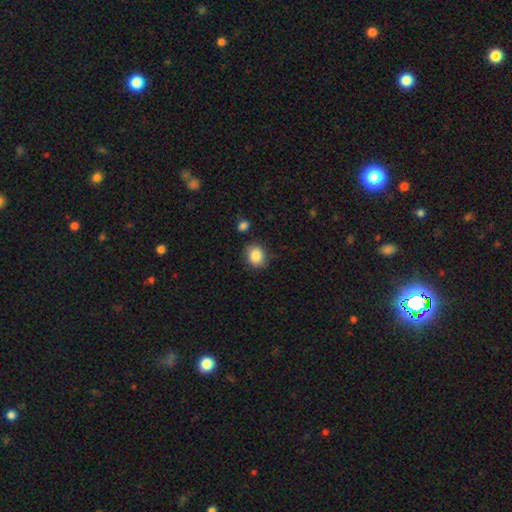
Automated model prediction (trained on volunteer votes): The model was most divided on "how rounded": round: 67%, in between: 32%, cigar-shaped: 1%. More confident: smooth or featured — smooth (86%); merging — none (82%).